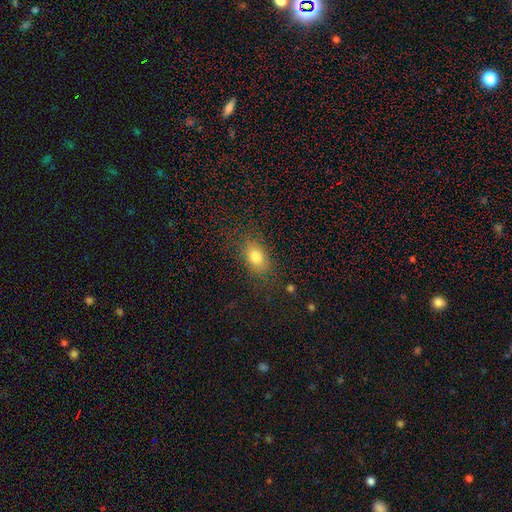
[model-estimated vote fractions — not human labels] Smooth or featured? Predicted: smooth (p=0.78). How rounded? Predicted: in between (p=0.78). Merging? Predicted: none (p=0.79).